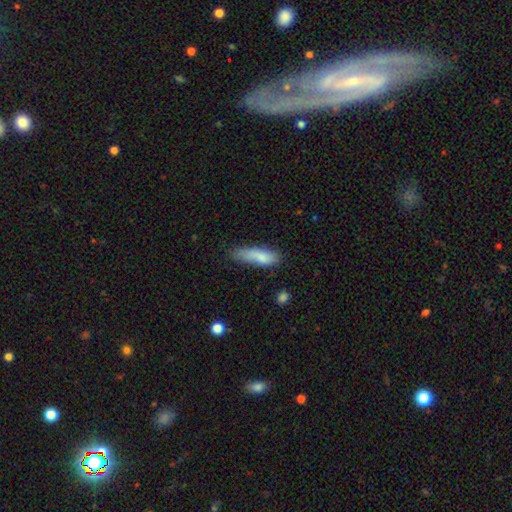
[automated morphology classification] This appears to be a smooth galaxy with no disk features (80%) that is cigar-shaped (62%). Merging: none (55%).